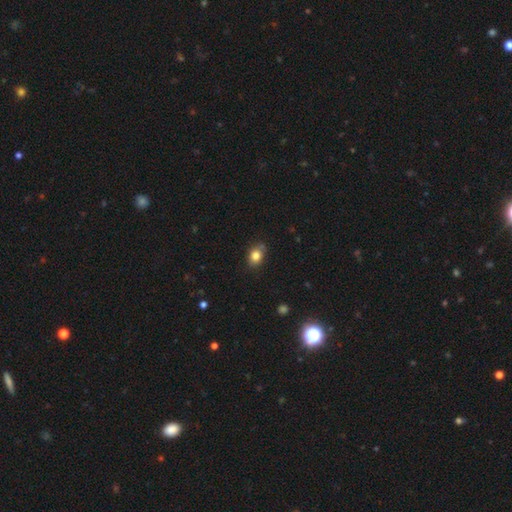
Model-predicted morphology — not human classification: Q: Smooth or featured?
A: smooth (82%); runner-up: star or artifact (10%)
Q: How rounded?
A: in between (62%); runner-up: round (37%)
Q: Merging?
A: none (75%); runner-up: minor disturbance (18%)